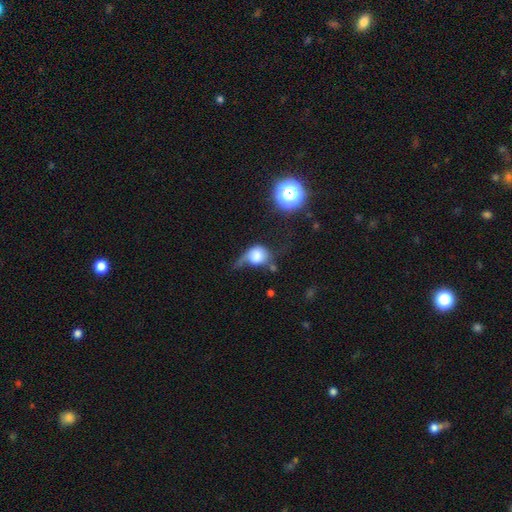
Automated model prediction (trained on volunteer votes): smooth-or-featured: smooth: 69% | featured or disk: 20% | star or artifact: 11%
  how-rounded: round: 68% | in between: 31% | cigar-shaped: 2%
  merging: major disturbance: 42% | minor disturbance: 29% | none: 20% | merger: 9%